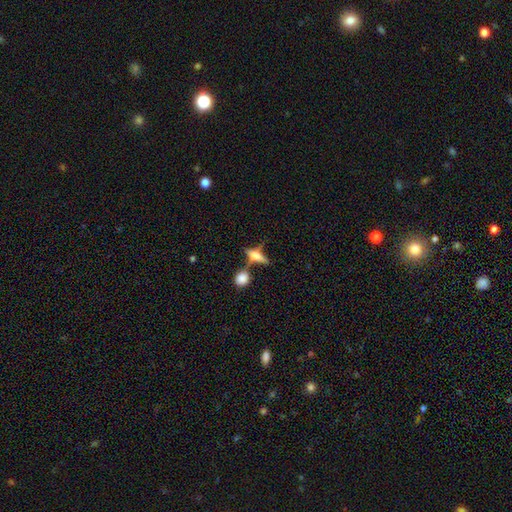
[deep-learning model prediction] Q: Smooth or featured?
A: featured or disk (46%); runner-up: smooth (42%)
Q: Merging?
A: none (56%); runner-up: merger (22%)